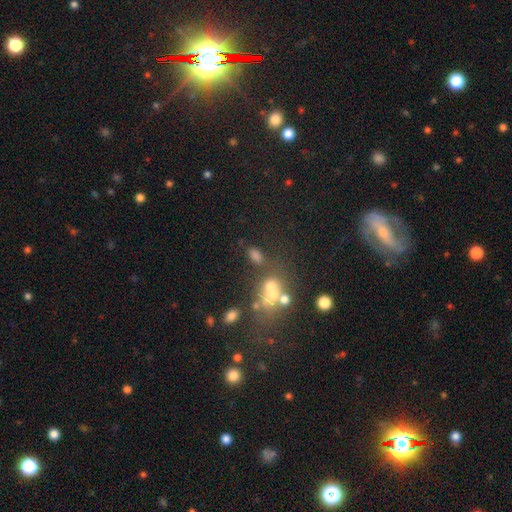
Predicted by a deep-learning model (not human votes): smooth 62%, star or artifact 20%, featured or disk 17%. Down the decision tree: how rounded — in between (74%); merging — none (48%).